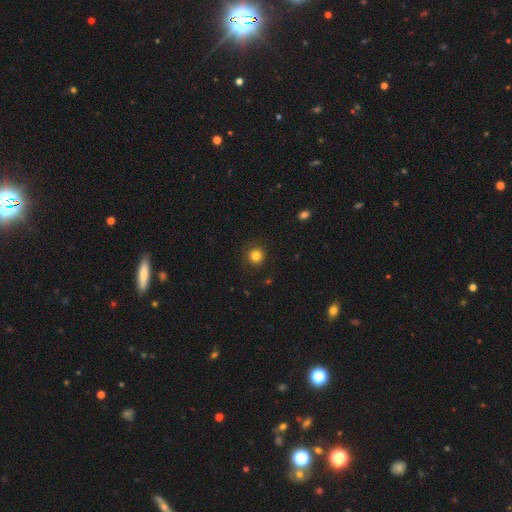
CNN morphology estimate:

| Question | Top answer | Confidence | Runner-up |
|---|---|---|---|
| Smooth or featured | smooth | 83% | star or artifact (12%) |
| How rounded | round | 93% | in between (6%) |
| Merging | none | 89% | minor disturbance (7%) |